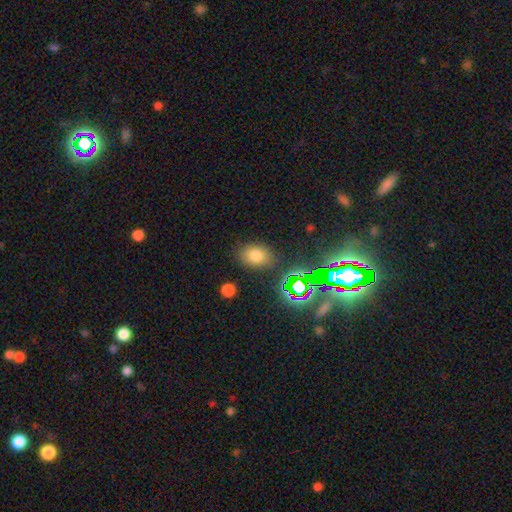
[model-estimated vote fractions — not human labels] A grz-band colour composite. It shows a smooth galaxy with no disk features (73%) that is in between round and cigar-shaped (75%). Merging: none (80%).